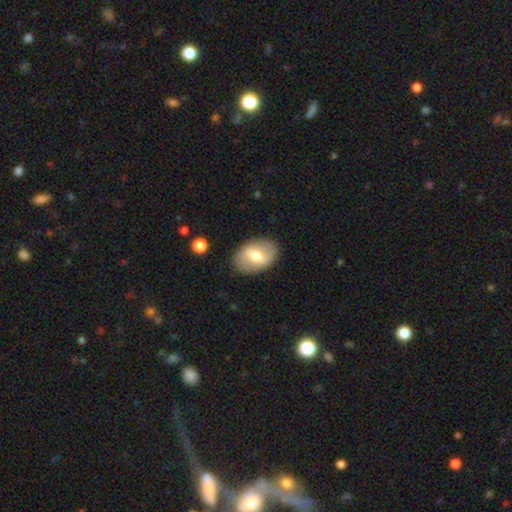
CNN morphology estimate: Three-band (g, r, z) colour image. It shows a smooth galaxy with no disk features (51%) that is in between round and cigar-shaped (82%). Merging: none (84%).